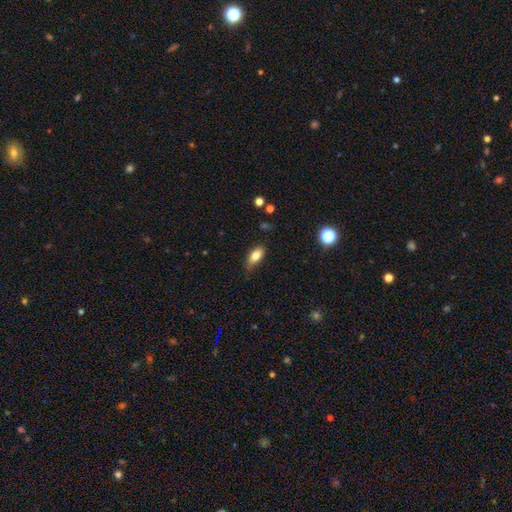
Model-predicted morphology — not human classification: A smooth galaxy with no disk features (80%) that is in between round and cigar-shaped (85%). Merging: none (74%).